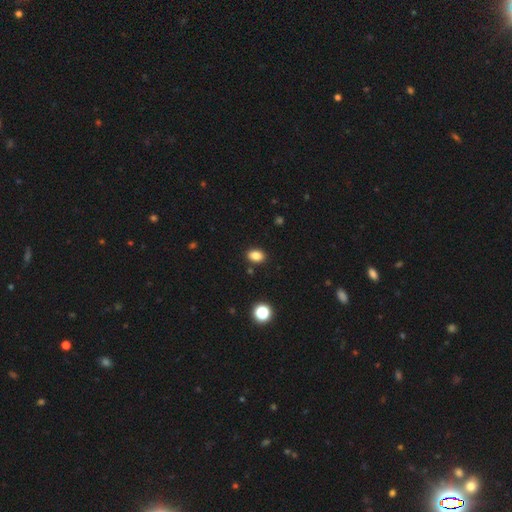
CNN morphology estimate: The model was most divided on "how rounded": in between: 77%, round: 22%, cigar-shaped: 1%. More confident: merging — none (88%); smooth or featured — smooth (85%).